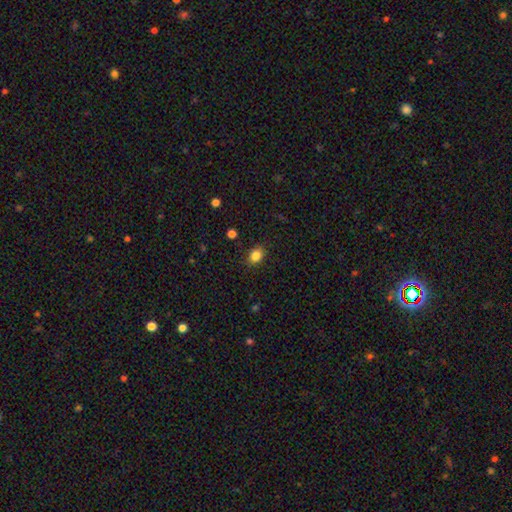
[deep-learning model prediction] Smooth or featured? Predicted: smooth (p=0.85). How rounded? Predicted: in between (p=0.56). Merging? Predicted: none (p=0.87).